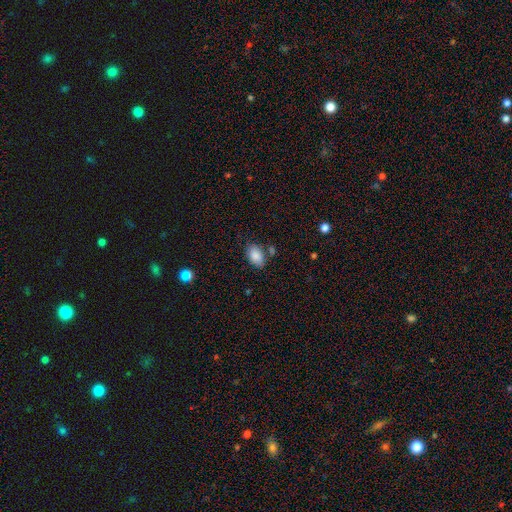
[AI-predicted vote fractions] The model was most divided on "merging": none: 73%, minor disturbance: 16%, merger: 7%, major disturbance: 4%. More confident: how rounded — in between (88%); smooth or featured — smooth (87%).